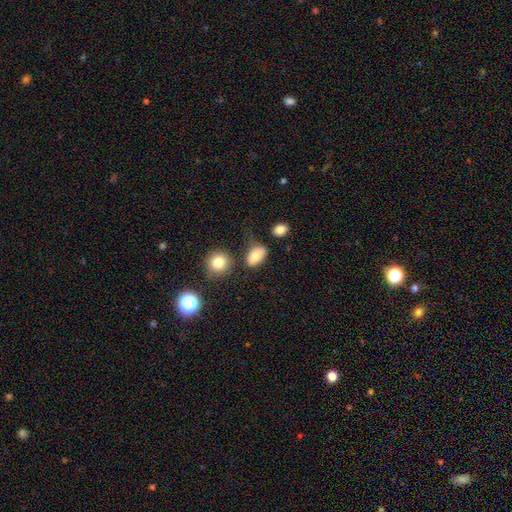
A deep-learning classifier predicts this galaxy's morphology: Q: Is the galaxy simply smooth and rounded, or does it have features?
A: smooth — 79%.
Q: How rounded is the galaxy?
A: in between — 85%.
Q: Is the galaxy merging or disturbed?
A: none — 67%.